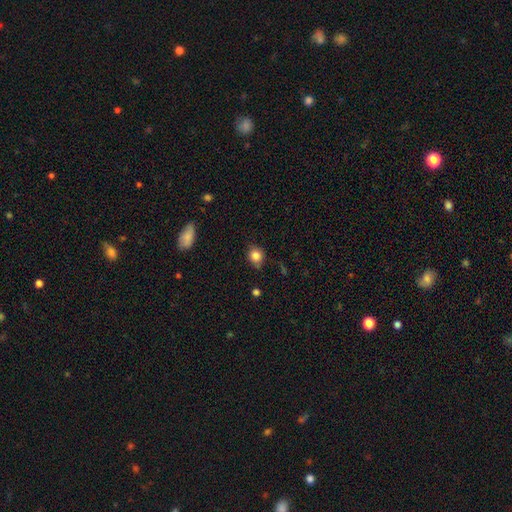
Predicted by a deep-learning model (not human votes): smooth 82%, star or artifact 11%, featured or disk 7%. Down the decision tree: how rounded — round (77%); merging — none (75%).